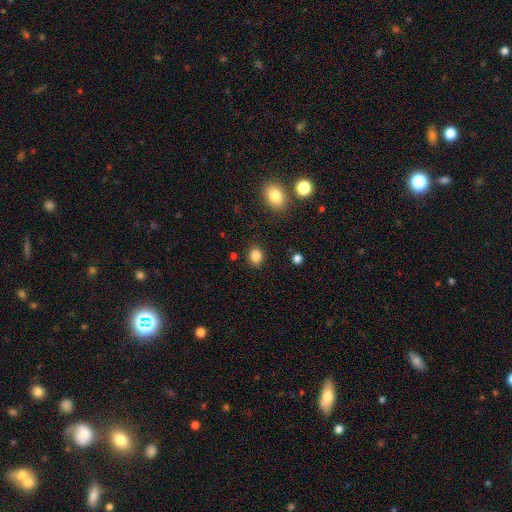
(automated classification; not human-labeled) Morphology: type=smooth (85%); roundness=round (52%); merging=none (88%).